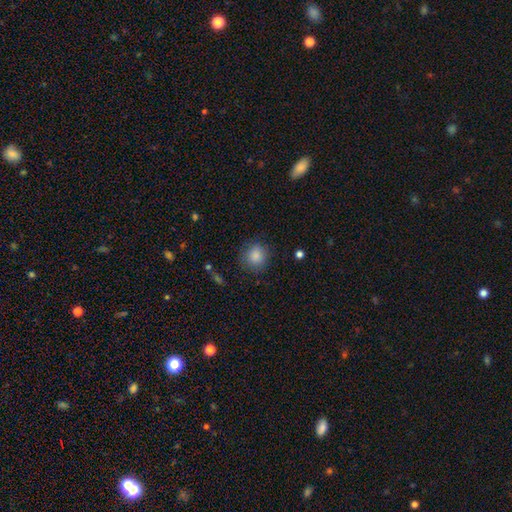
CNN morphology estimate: smooth 86%, star or artifact 9%, featured or disk 5%. Down the decision tree: how rounded — round (85%); merging — none (82%).